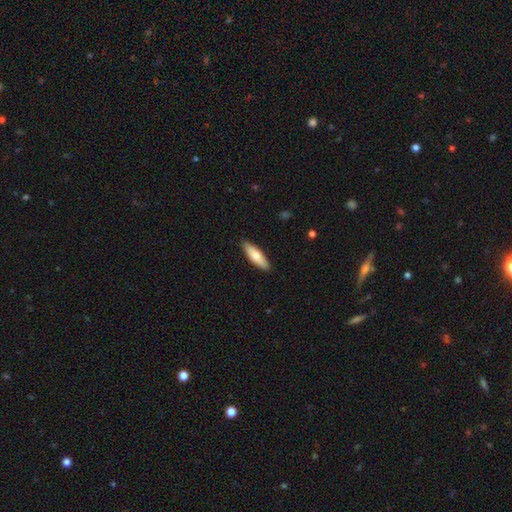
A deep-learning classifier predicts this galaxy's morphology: This appears to be a smooth galaxy with no disk features (69%) that is cigar-shaped (53%). Merging: none (89%).